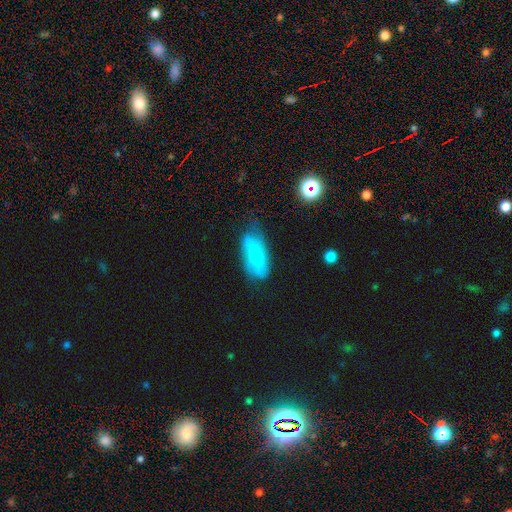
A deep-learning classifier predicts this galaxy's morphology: Smooth or featured?
  - smooth: 56% *
  - featured or disk: 37%
  - star or artifact: 7%
How rounded?
  - in between: 85% *
  - cigar-shaped: 12%
  - round: 3%
Merging?
  - none: 48% *
  - minor disturbance: 35%
  - major disturbance: 14%
  - merger: 3%